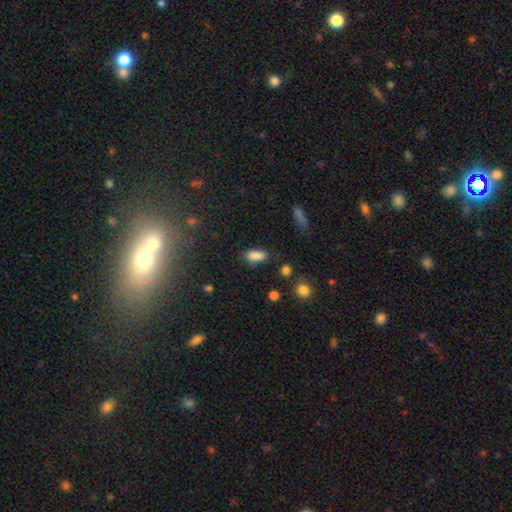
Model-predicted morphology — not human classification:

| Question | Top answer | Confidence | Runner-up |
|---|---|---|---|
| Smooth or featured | smooth | 87% | star or artifact (8%) |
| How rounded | in between | 86% | cigar-shaped (11%) |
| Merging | none | 78% | minor disturbance (15%) |